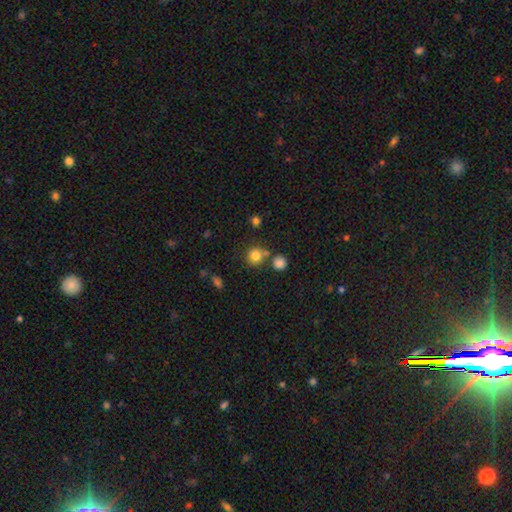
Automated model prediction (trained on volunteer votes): Overall: smooth (80%). How rounded: round (90%). Merging: none (68%).